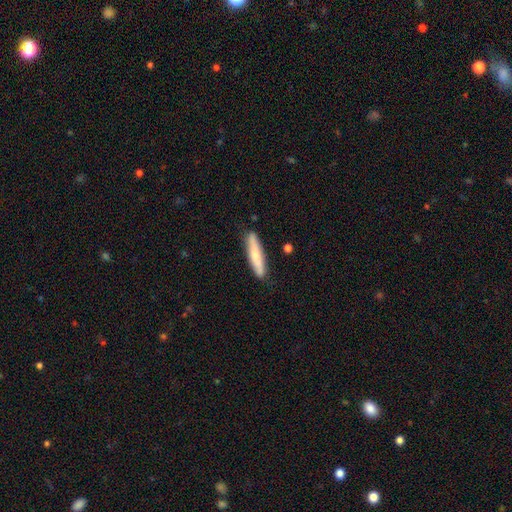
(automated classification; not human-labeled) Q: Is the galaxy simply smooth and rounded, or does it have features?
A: smooth — 62%.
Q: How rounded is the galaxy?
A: cigar-shaped — 88%.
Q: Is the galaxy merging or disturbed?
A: none — 87%.